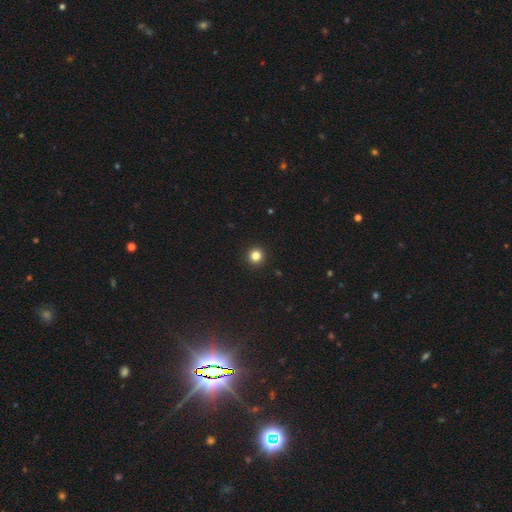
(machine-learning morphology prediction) Smooth or featured? smooth (82%)
How rounded? round (95%)
Merging? none (94%)